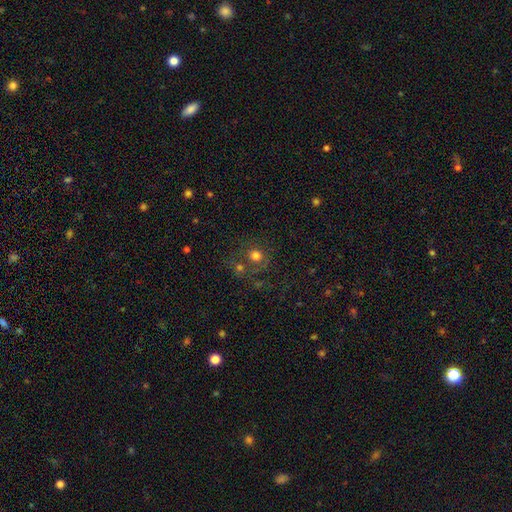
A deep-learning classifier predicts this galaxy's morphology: type=smooth (68%); roundness=round (88%); merging=none (59%).